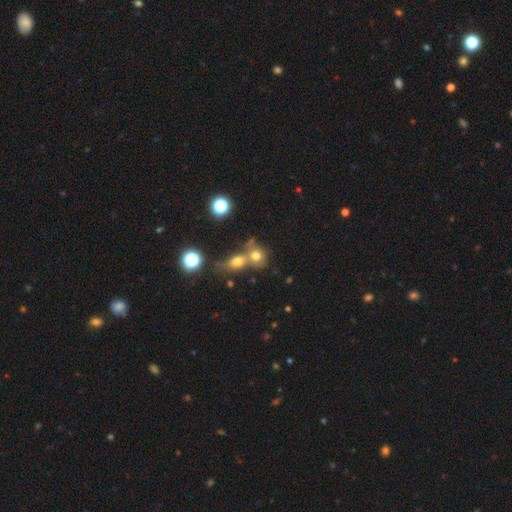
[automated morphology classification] Q: Smooth or featured?
A: smooth (71%); runner-up: star or artifact (15%)
Q: How rounded?
A: round (60%); runner-up: in between (37%)
Q: Merging?
A: merger (53%); runner-up: none (34%)